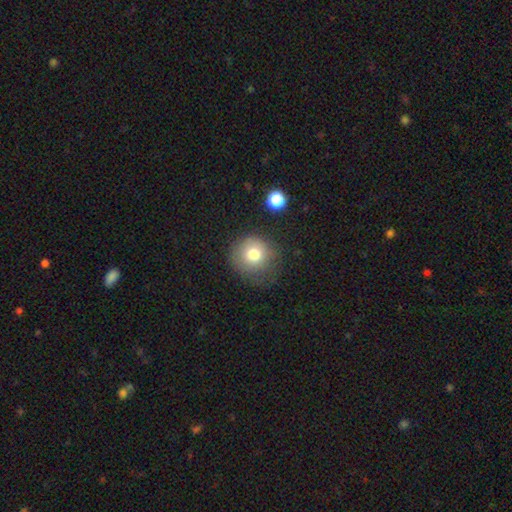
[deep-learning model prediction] smooth 77%, featured or disk 12%, star or artifact 11%. Down the decision tree: how rounded — round (90%); merging — none (68%).